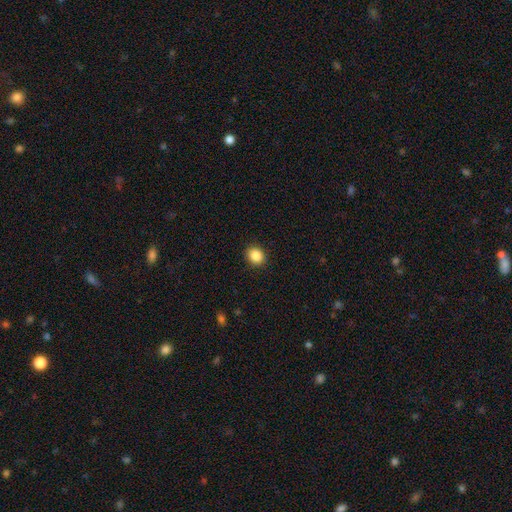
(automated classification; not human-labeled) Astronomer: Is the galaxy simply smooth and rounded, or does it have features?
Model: smooth — 87%.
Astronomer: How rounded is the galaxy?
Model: round — 74%.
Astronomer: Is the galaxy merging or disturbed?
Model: none — 91%.